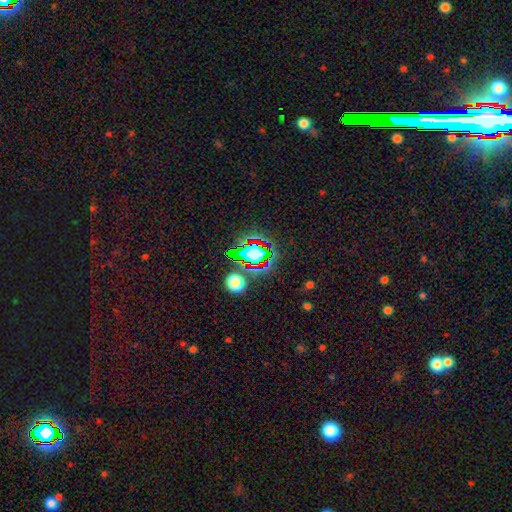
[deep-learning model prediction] smooth-or-featured: star or artifact: 68% | smooth: 22% | featured or disk: 10%